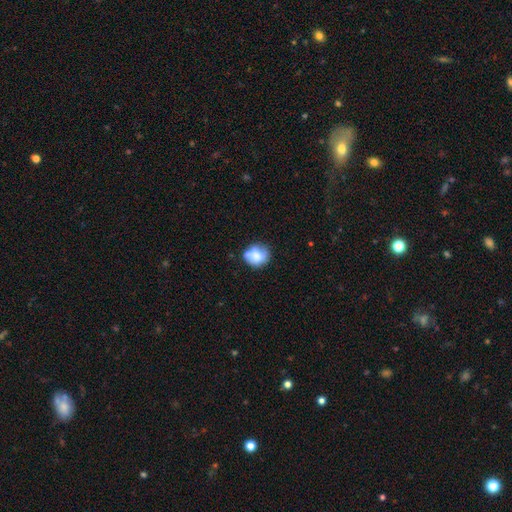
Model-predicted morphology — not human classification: The model was most divided on "merging": none: 54%, minor disturbance: 27%, major disturbance: 11%, merger: 8%. More confident: how rounded — round (71%); smooth or featured — smooth (66%).